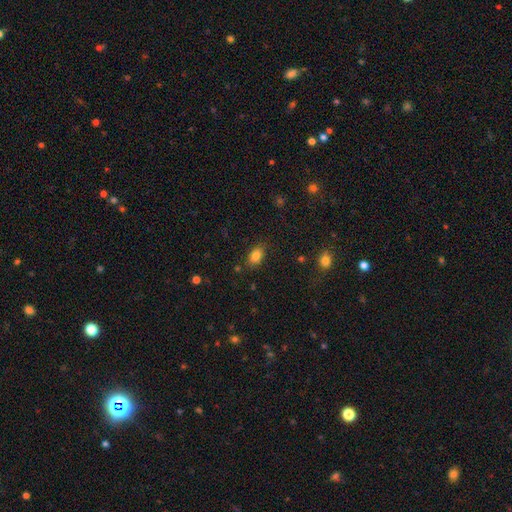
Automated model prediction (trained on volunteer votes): This is clearly a smooth galaxy (83%). How rounded: clearly in between (82%). Merging: clearly none (80%).